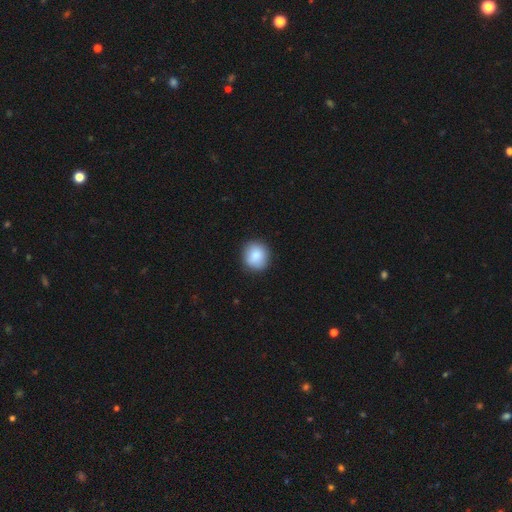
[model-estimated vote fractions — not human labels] This appears to be a smooth galaxy with no disk features (86%) that is round (82%). Merging: none (88%).